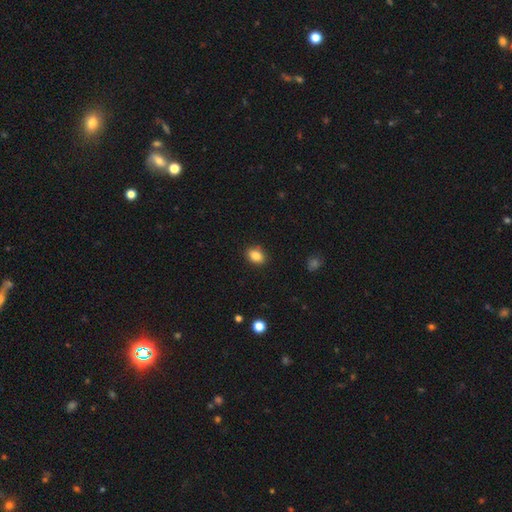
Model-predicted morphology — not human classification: smooth 86%, star or artifact 9%, featured or disk 5%. Down the decision tree: how rounded — in between (69%); merging — none (88%).